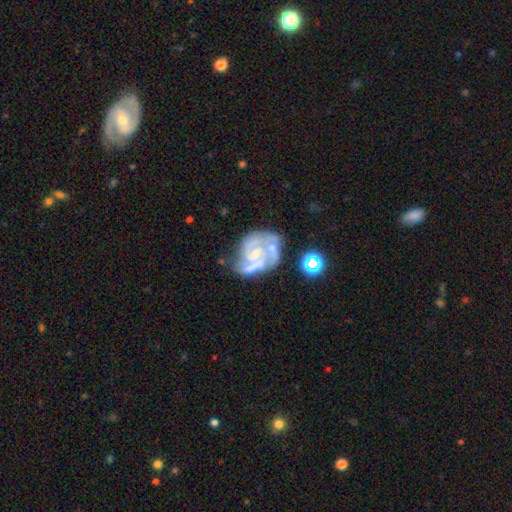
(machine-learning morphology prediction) Overall: featured or disk (82%). Edge-on disk: no (98%). Bar: no (63%; weak 30%). Spiral arms: yes (88%). Spiral arm count: 2 (37%; 3 28%). Spiral winding: medium (44%; tight 43%). Bulge size: small (60%; moderate 29%). Merging: none (39%; minor disturbance 23%).